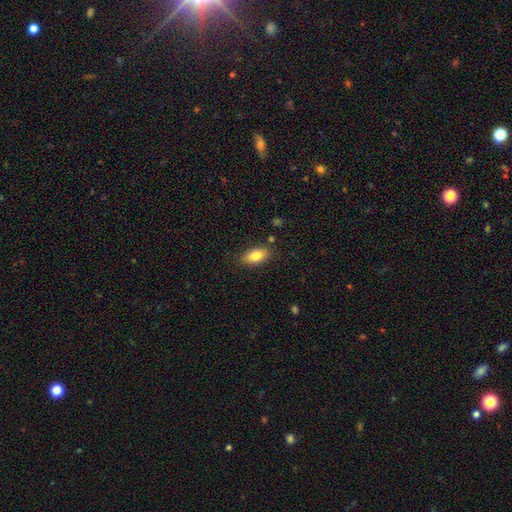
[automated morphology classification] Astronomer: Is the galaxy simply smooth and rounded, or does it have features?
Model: smooth — 82%.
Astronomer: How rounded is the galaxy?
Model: in between — 89%.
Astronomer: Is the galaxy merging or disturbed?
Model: none — 85%.